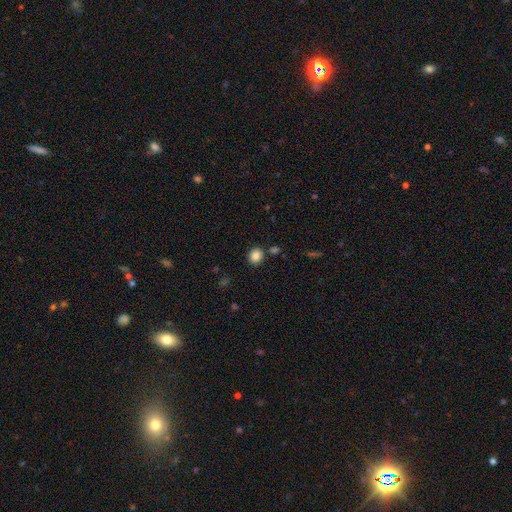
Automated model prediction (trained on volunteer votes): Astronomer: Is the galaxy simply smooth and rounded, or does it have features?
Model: smooth — 86%.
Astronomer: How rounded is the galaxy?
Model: round — 78%.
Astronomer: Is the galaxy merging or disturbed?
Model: none — 84%.